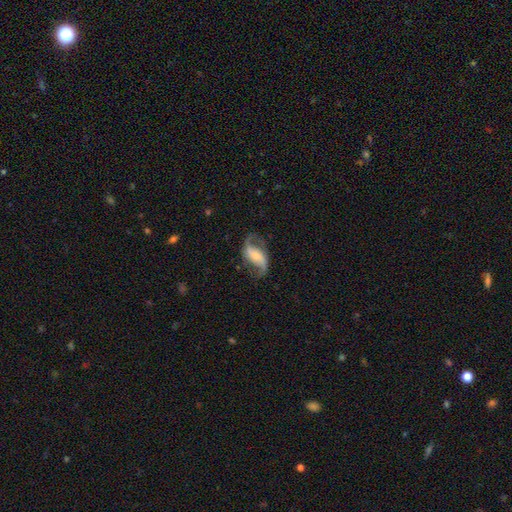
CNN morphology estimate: A featured or disk galaxy (85%) with a weak bar (39%), 2 (92%) loose (68%) spiral arms (96%) and a small central bulge (45%). Merging: none (73%).